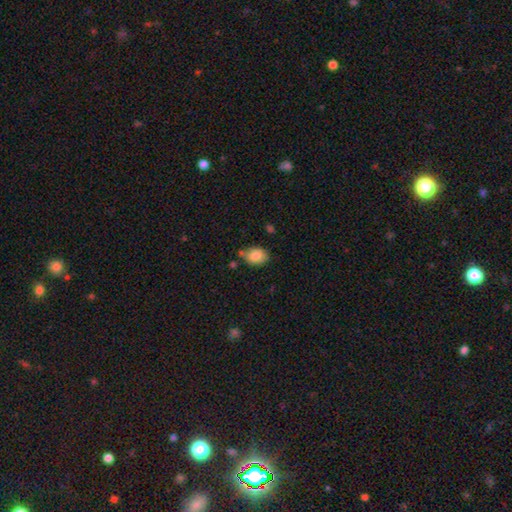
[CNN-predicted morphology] type=smooth (84%); roundness=in between (73%); merging=none (68%).